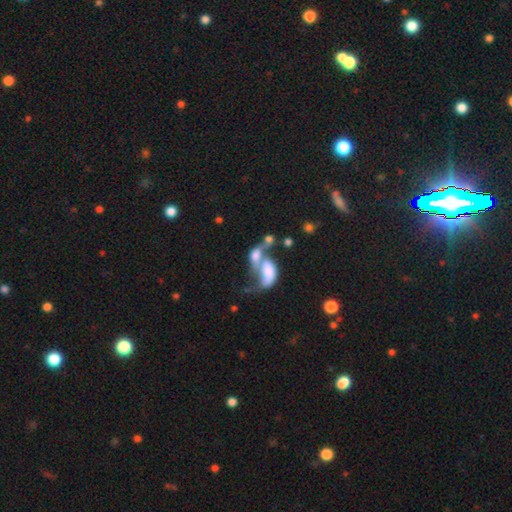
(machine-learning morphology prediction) Smooth or featured? smooth (50%)
Merging? merger (72%)